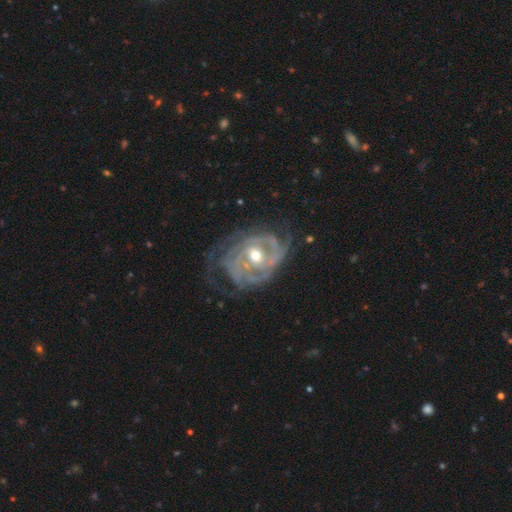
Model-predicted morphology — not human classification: A featured or disk galaxy (90%) with no bar (61%), tight (64%) spiral arms (95%) and a moderate central bulge (64%).

Vote fractions:
- Smooth or featured? featured or disk: 90% / smooth: 5% / star or artifact: 5%
- Edge-on disk? no: 97% / yes: 3%
- Bar? no: 61% / weak: 28% / strong: 11%
- Spiral arms? yes: 95% / no: 5%
- Spiral winding? tight: 64% / medium: 27% / loose: 8%
- Spiral arm count? can't tell: 30% / 2: 23% / 3: 21% / 4: 12% / more than 4: 8% / 1: 7%
- Bulge size? moderate: 64% / small: 30% / large: 3% / none: 1% / dominant: 1%
- Merging? none: 55% / minor disturbance: 22% / major disturbance: 21% / merger: 2%